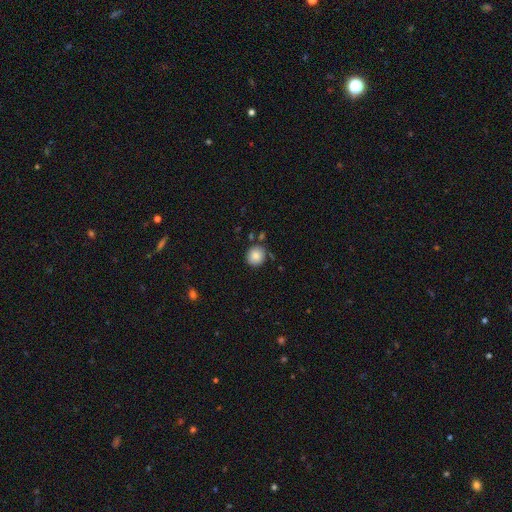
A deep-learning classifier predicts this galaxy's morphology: type=smooth (85%); roundness=round (89%); merging=none (79%).